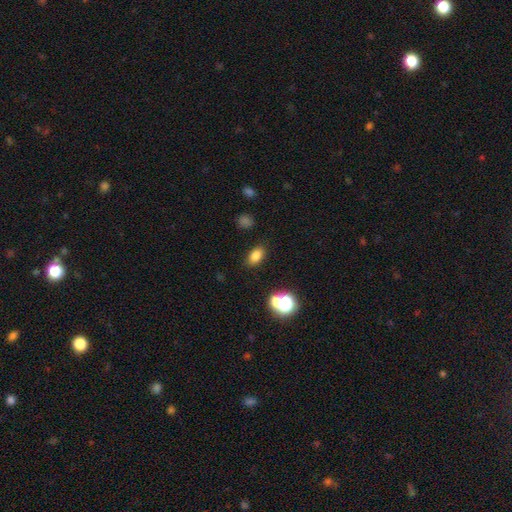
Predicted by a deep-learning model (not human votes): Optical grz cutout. It shows a smooth galaxy with no disk features (79%) that is in between round and cigar-shaped (85%). Merging: none (85%).